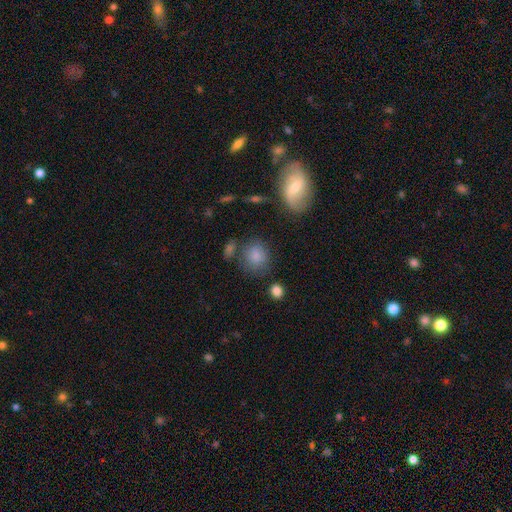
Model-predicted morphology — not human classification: smooth-or-featured: smooth: 81% | star or artifact: 10% | featured or disk: 8%
  how-rounded: round: 77% | in between: 22% | cigar-shaped: 1%
  merging: none: 64% | minor disturbance: 19% | merger: 10% | major disturbance: 8%